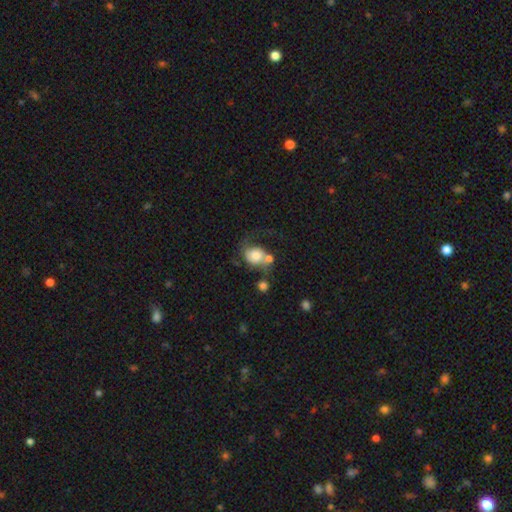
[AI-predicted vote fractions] smooth-or-featured: smooth: 61% | featured or disk: 30% | star or artifact: 9%
  how-rounded: round: 61% | in between: 38% | cigar-shaped: 1%
  merging: merger: 30% | none: 28% | major disturbance: 24% | minor disturbance: 17%